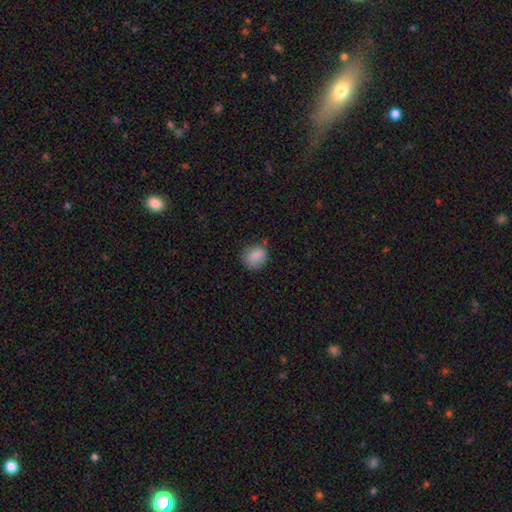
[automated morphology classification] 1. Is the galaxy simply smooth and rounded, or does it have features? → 84% smooth, 9% star or artifact, 7% featured or disk.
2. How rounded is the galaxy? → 65% round, 33% in between, 1% cigar-shaped.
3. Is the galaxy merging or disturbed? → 72% none, 21% minor disturbance, 5% major disturbance, 2% merger.